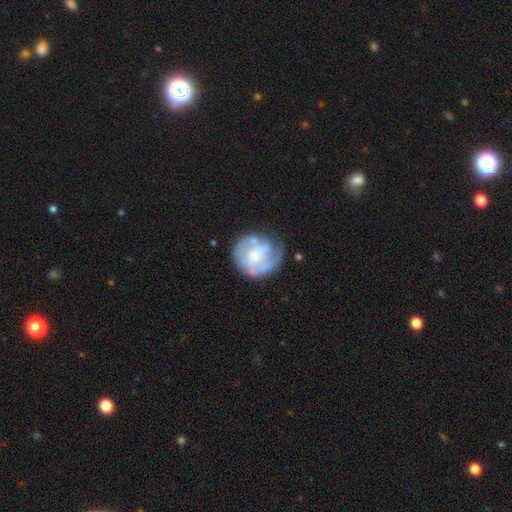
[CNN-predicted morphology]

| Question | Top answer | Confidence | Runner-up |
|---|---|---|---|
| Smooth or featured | featured or disk | 63% | smooth (31%) |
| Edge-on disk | no | 98% | yes (2%) |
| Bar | no | 64% | weak (29%) |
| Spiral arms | yes | 77% | no (23%) |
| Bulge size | moderate | 36% | small (33%) |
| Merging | none | 61% | minor disturbance (22%) |